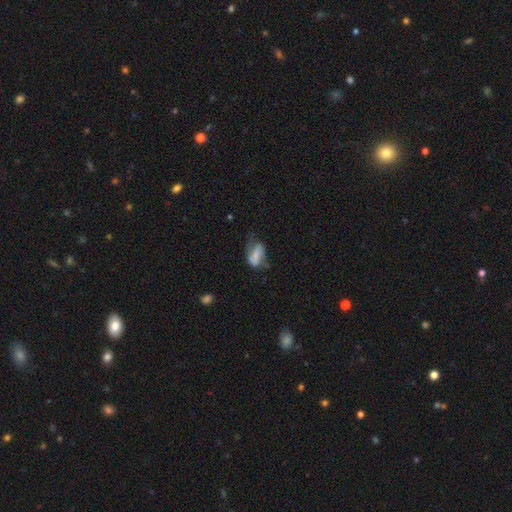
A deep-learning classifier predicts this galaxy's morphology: Q: Smooth or featured?
A: featured or disk (46%); runner-up: smooth (45%)
Q: Merging?
A: none (33%); runner-up: major disturbance (32%)